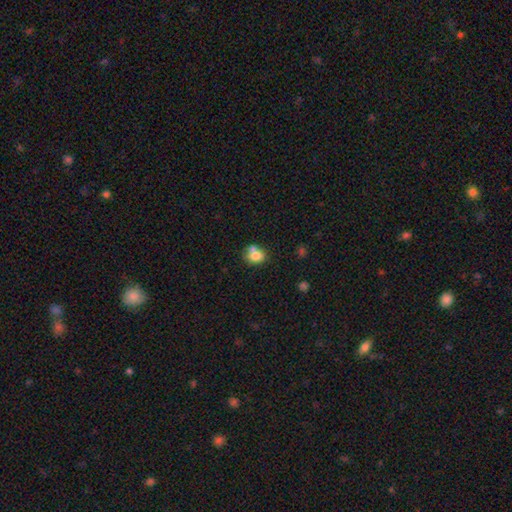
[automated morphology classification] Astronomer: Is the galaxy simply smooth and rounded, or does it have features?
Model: smooth — 77%.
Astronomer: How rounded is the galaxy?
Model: round — 55% (runner-up: in between, 44%).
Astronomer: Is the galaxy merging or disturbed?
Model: none — 48% (runner-up: merger, 34%).